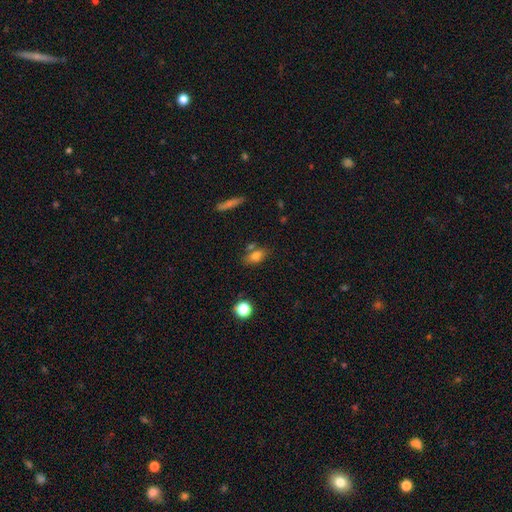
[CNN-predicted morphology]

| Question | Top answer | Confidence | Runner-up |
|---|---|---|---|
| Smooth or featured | smooth | 76% | featured or disk (13%) |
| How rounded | in between | 80% | round (12%) |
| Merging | none | 63% | merger (17%) |